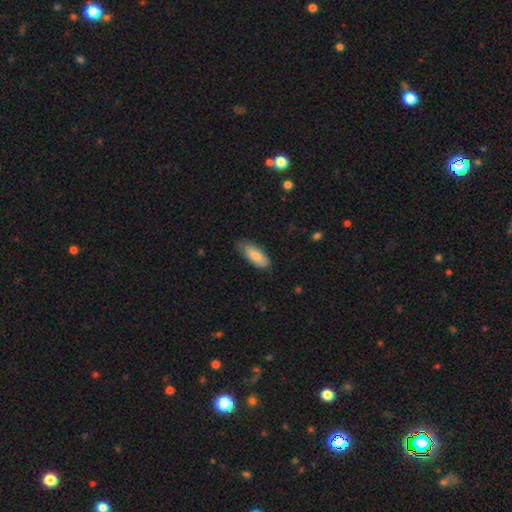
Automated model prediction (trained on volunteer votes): smooth_or_featured: smooth (p=0.82) [alt: featured or disk p=0.13]
how_rounded: in between (p=0.78) [alt: cigar-shaped p=0.20]
merging: none (p=0.71) [alt: minor disturbance p=0.24]